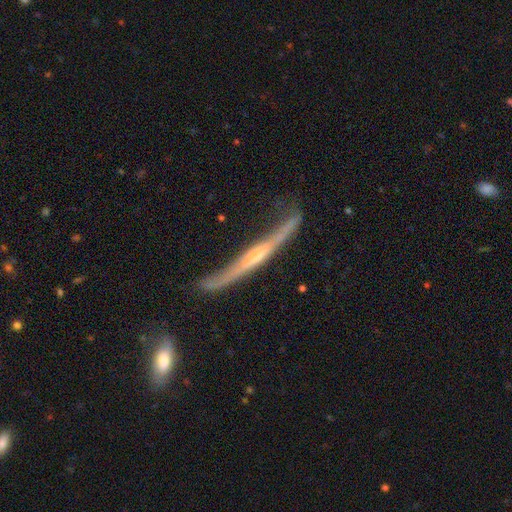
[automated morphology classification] smooth-or-featured: featured or disk: 78% | smooth: 17% | star or artifact: 5%
  disk-edge-on: yes: 86% | no: 14%
    edge-on-bulge: rounded: 53% | none: 34% | boxy: 13%
  merging: none: 56% | minor disturbance: 26% | major disturbance: 13% | merger: 5%